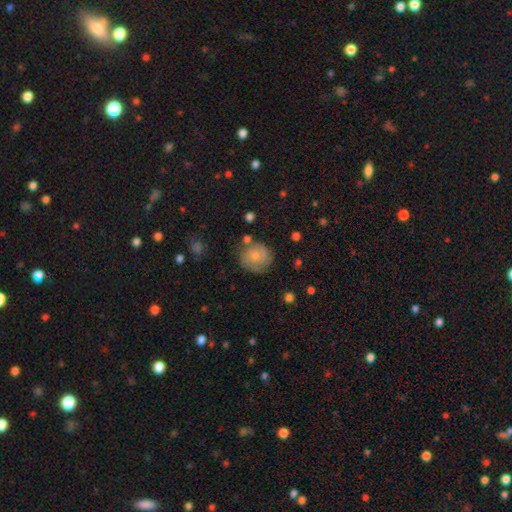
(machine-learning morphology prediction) Smooth or featured? smooth (54%)
How rounded? round (83%)
Merging? none (68%)